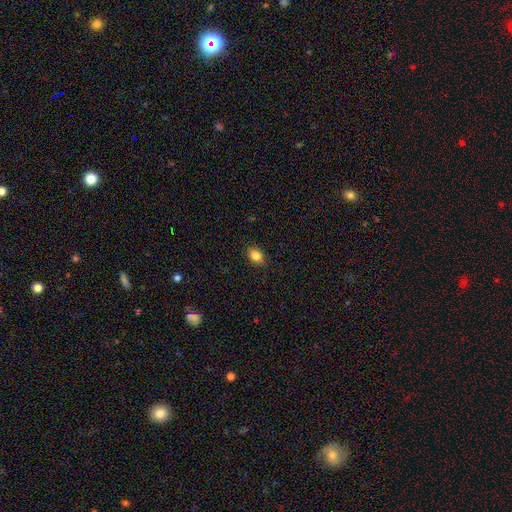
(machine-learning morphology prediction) smooth_or_featured: smooth (p=0.84) [alt: star or artifact p=0.10]
how_rounded: in between (p=0.67) [alt: round p=0.31]
merging: none (p=0.89) [alt: minor disturbance p=0.08]